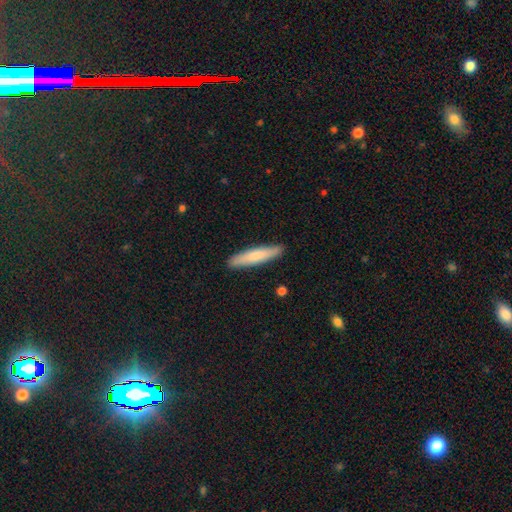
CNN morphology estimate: Smooth or featured? Predicted: smooth (p=0.76). How rounded? Predicted: cigar-shaped (p=0.89). Merging? Predicted: none (p=0.90).